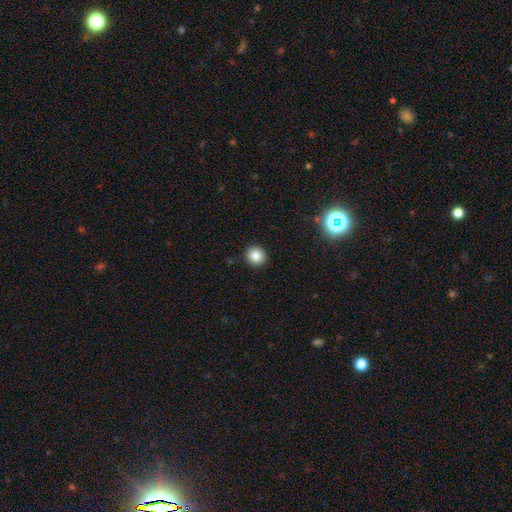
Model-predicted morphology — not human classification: smooth_or_featured: smooth (p=0.84) [alt: star or artifact p=0.11]
how_rounded: round (p=0.88) [alt: in between p=0.11]
merging: none (p=0.92) [alt: minor disturbance p=0.05]